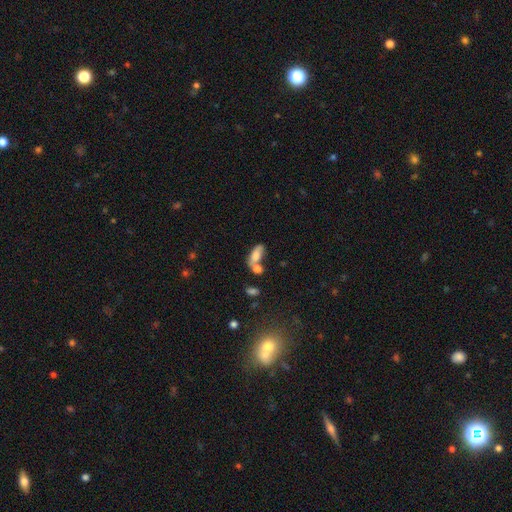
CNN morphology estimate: Smooth or featured: smooth — 75% (featured or disk — 16%)
How rounded: in between — 85% (cigar-shaped — 11%)
Merging: merger — 41% (none — 35%)